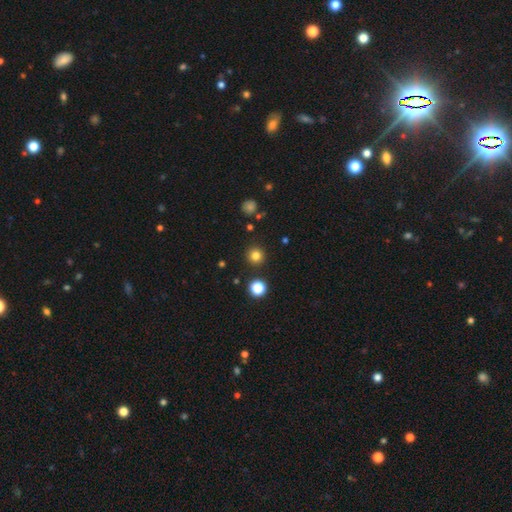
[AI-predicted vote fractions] smooth-or-featured: smooth: 80% | star or artifact: 15% | featured or disk: 5%
  how-rounded: round: 95% | in between: 4% | cigar-shaped: 1%
  merging: none: 91% | minor disturbance: 5% | merger: 2% | major disturbance: 2%